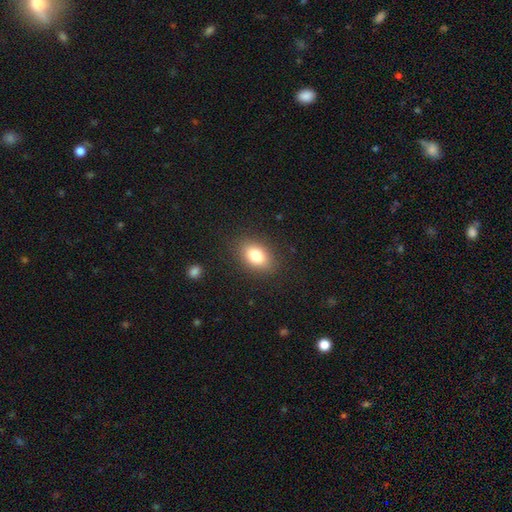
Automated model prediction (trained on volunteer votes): Smooth or featured? Predicted: smooth (p=0.81). How rounded? Predicted: in between (p=0.85). Merging? Predicted: none (p=0.86).